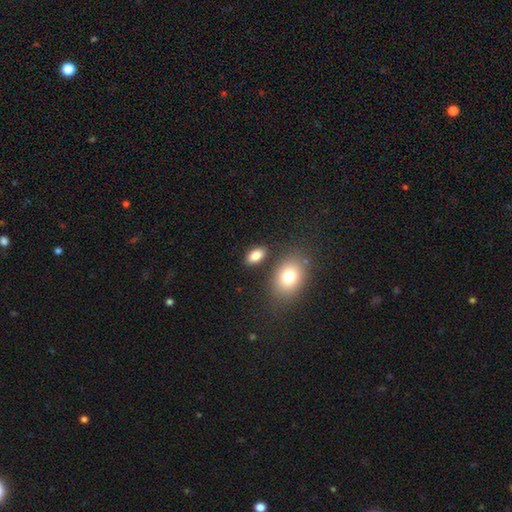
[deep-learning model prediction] Morphology: type=smooth (83%); roundness=in between (89%); merging=none (78%).